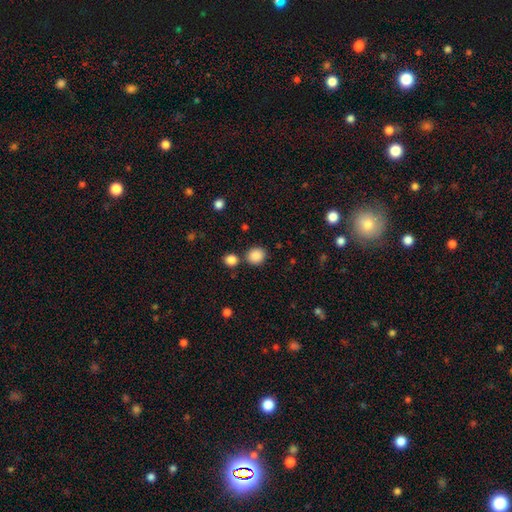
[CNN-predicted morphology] type=smooth (88%); roundness=round (83%); merging=none (79%).